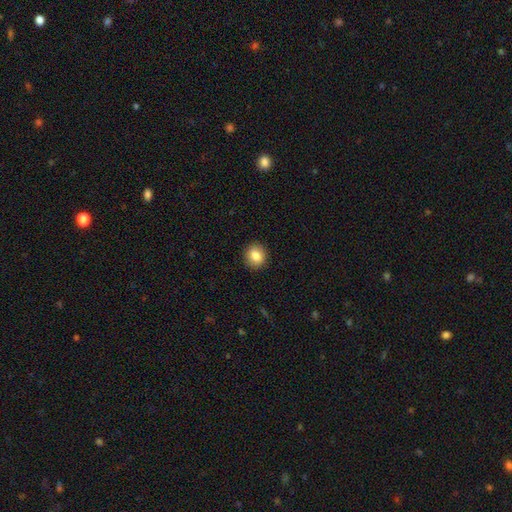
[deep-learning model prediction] Smooth or featured? Predicted: smooth (p=0.84). How rounded? Predicted: round (p=0.78). Merging? Predicted: none (p=0.91).